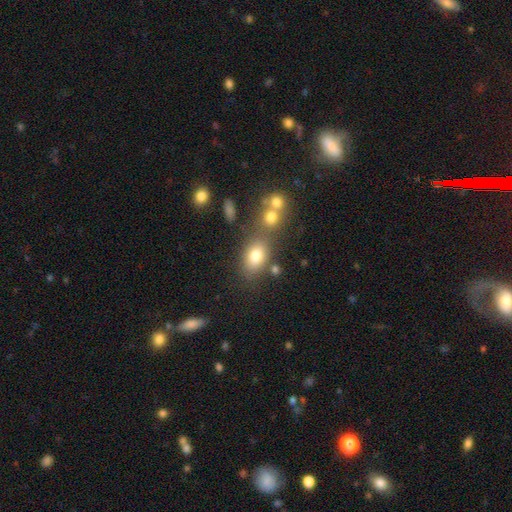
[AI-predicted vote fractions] Q: Smooth or featured?
A: smooth (77%); runner-up: featured or disk (12%)
Q: How rounded?
A: in between (75%); runner-up: round (23%)
Q: Merging?
A: none (59%); runner-up: merger (22%)